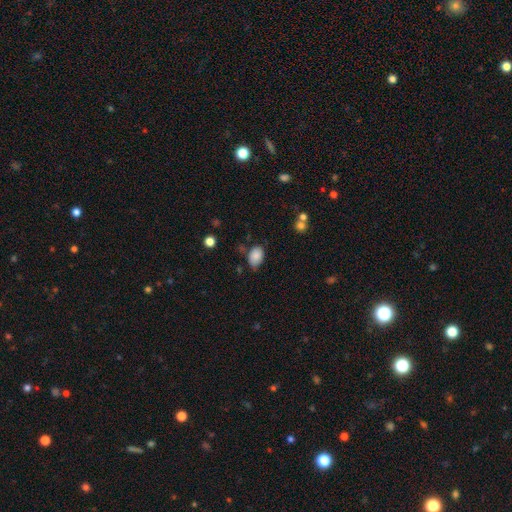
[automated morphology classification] A smooth galaxy with no disk features (86%) that is in between round and cigar-shaped (83%).

Vote fractions:
- Smooth or featured? smooth: 86% / star or artifact: 8% / featured or disk: 6%
- How rounded? in between: 83% / round: 15% / cigar-shaped: 1%
- Merging? none: 62% / minor disturbance: 28% / major disturbance: 6% / merger: 4%